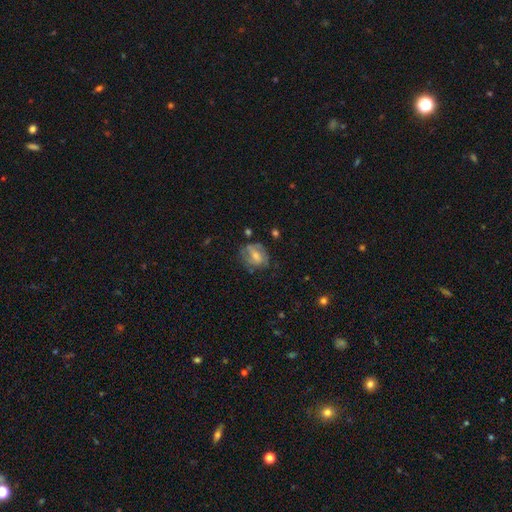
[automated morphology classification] featured or disk 47%, smooth 39%, star or artifact 14%. Down the decision tree: merging — none (62%).